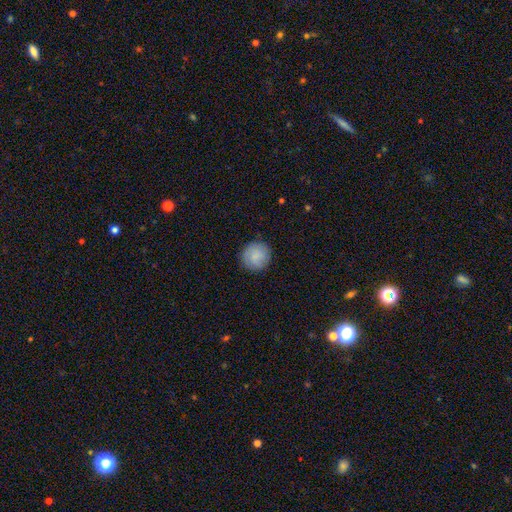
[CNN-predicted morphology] Smooth or featured: smooth — 82% (featured or disk — 12%)
How rounded: round — 93% (in between — 6%)
Merging: none — 88% (minor disturbance — 9%)